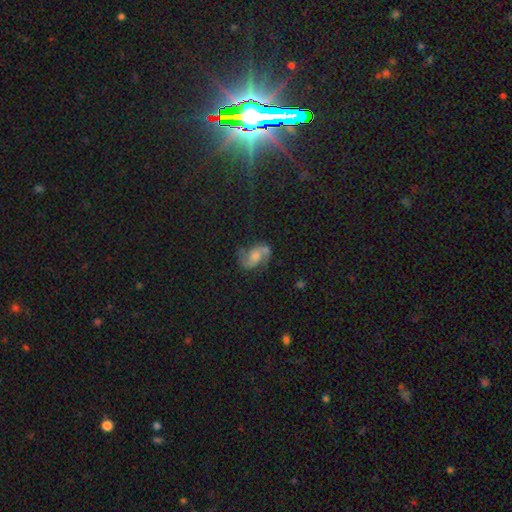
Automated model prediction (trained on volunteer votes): A featured or disk galaxy (74%) with no bar (60%), 2 (92%) medium (44%, tied with loose) spiral arms (93%) and a moderate central bulge (42%). Merging: none (68%).